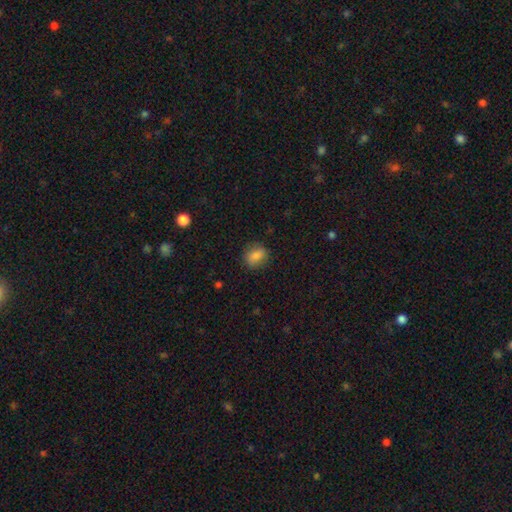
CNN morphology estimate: A smooth galaxy with no disk features (83%) that is in between round and cigar-shaped (61%).

Vote fractions:
- Smooth or featured? smooth: 83% / star or artifact: 9% / featured or disk: 8%
- How rounded? in between: 61% / round: 37% / cigar-shaped: 2%
- Merging? none: 81% / minor disturbance: 14% / major disturbance: 4% / merger: 1%